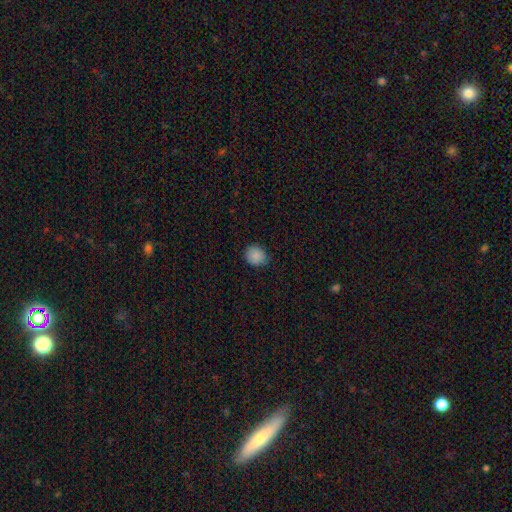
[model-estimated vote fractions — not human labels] This is clearly a smooth galaxy (87%). How rounded: likely round (76%). Merging: clearly none (80%).